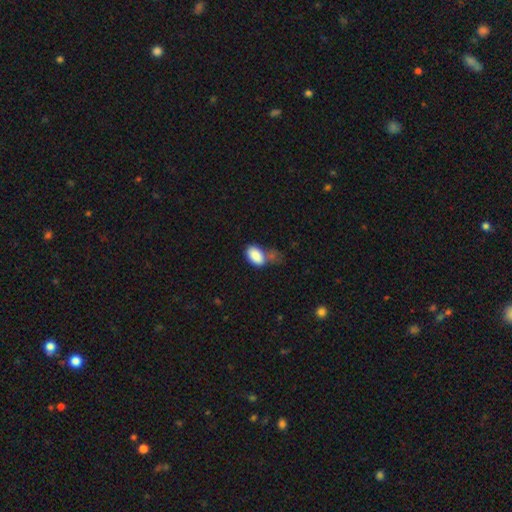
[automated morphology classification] Smooth or featured? Predicted: smooth (p=0.87). How rounded? Predicted: in between (p=0.93). Merging? Predicted: none (p=0.33).